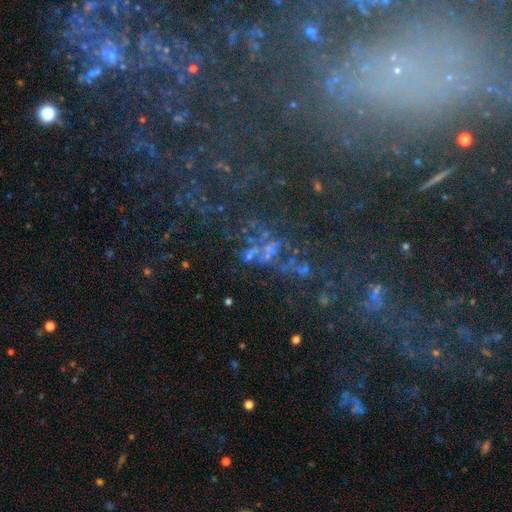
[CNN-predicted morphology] smooth_or_featured: star or artifact (p=0.55) [alt: featured or disk p=0.26]